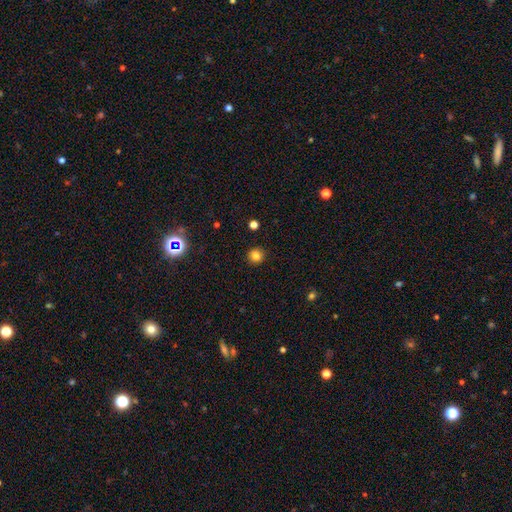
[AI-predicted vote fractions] Smooth or featured: smooth — 82% (star or artifact — 13%)
How rounded: round — 91% (in between — 8%)
Merging: none — 91% (minor disturbance — 6%)